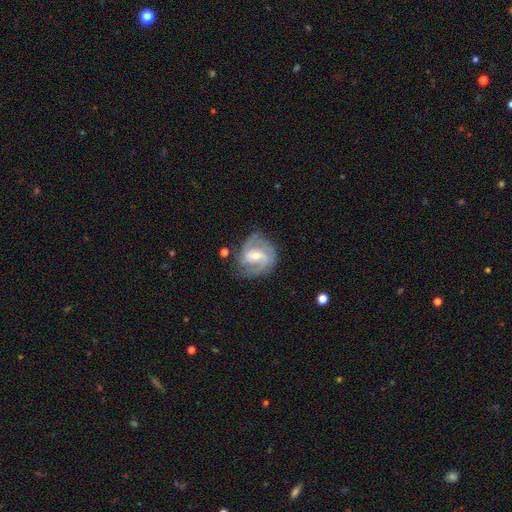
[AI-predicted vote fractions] A featured or disk galaxy (85%) with a weak bar (48%), 2 (54%) medium (46%) spiral arms (96%) and a small central bulge (54%).

Vote fractions:
- Smooth or featured? featured or disk: 85% / smooth: 10% / star or artifact: 5%
- Edge-on disk? no: 98% / yes: 2%
- Bar? weak: 48% / no: 33% / strong: 19%
- Spiral arms? yes: 96% / no: 4%
- Spiral winding? medium: 46% / tight: 42% / loose: 13%
- Spiral arm count? 2: 54% / 3: 22% / can't tell: 14% / 4: 4% / 1: 3% / more than 4: 3%
- Bulge size? small: 54% / moderate: 42% / large: 2% / none: 1% / dominant: 1%
- Merging? none: 72% / minor disturbance: 18% / major disturbance: 8% / merger: 2%